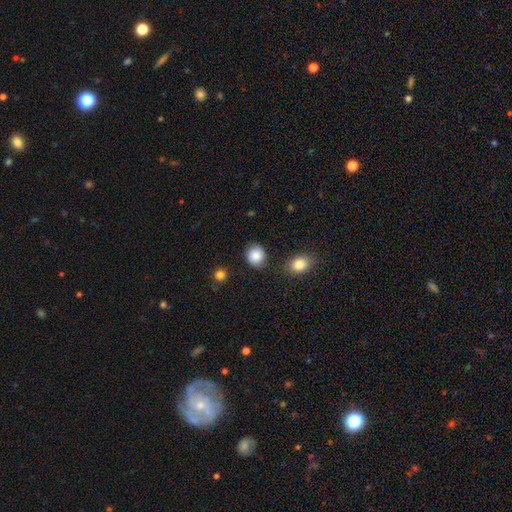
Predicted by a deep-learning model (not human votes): This appears to be a smooth galaxy with no disk features (85%) that is round (77%). Merging: none (80%).